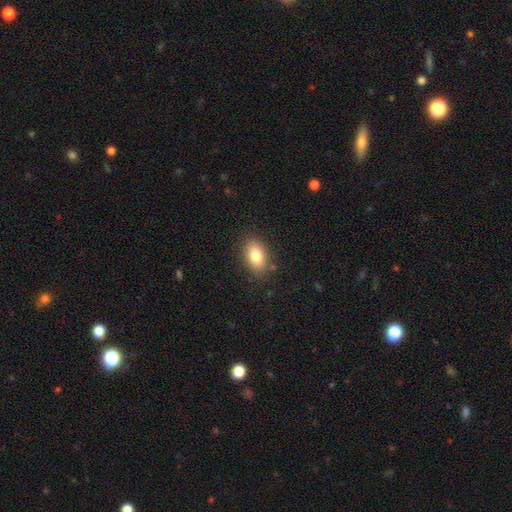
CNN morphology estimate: smooth 82%, featured or disk 10%, star or artifact 8%. Down the decision tree: how rounded — in between (89%); merging — none (84%).